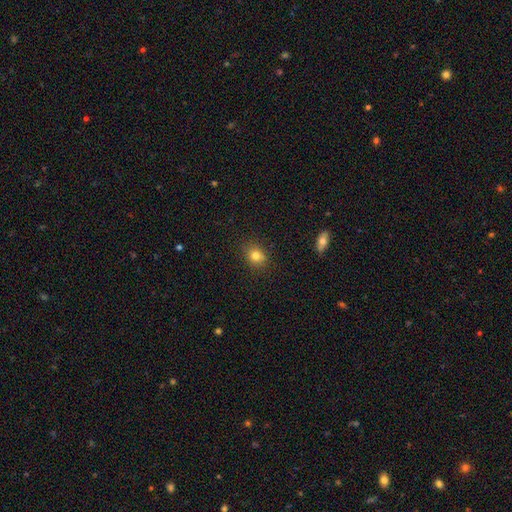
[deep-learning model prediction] smooth-or-featured: smooth: 79% | star or artifact: 13% | featured or disk: 8%
  how-rounded: round: 65% | in between: 34% | cigar-shaped: 1%
  merging: none: 86% | minor disturbance: 10% | major disturbance: 3% | merger: 2%